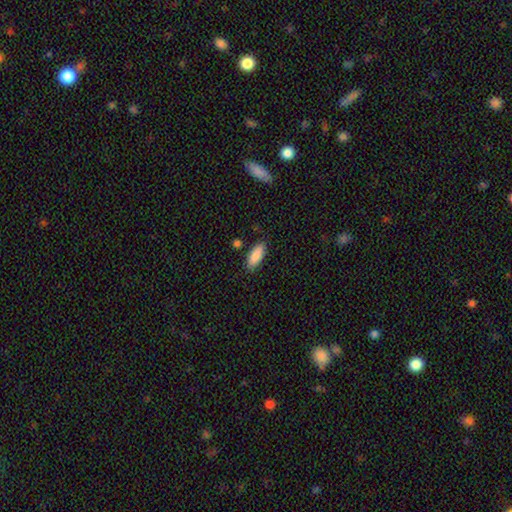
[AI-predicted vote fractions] smooth_or_featured: smooth (p=0.87) [alt: featured or disk p=0.07]
how_rounded: in between (p=0.80) [alt: cigar-shaped p=0.18]
merging: none (p=0.84) [alt: minor disturbance p=0.11]